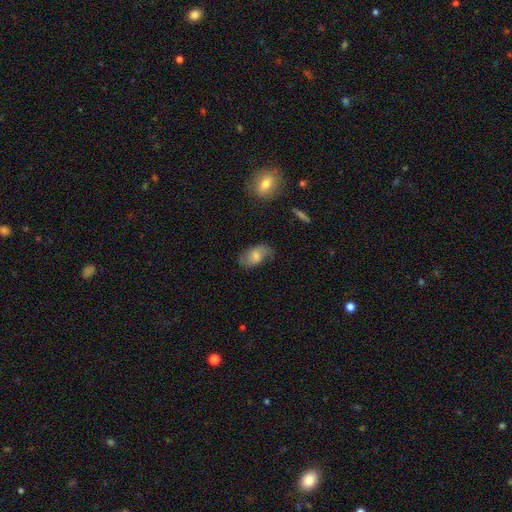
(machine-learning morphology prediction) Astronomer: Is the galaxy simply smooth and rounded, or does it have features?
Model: smooth — 60%.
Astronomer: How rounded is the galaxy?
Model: in between — 91%.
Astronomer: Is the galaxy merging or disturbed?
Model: none — 66%.